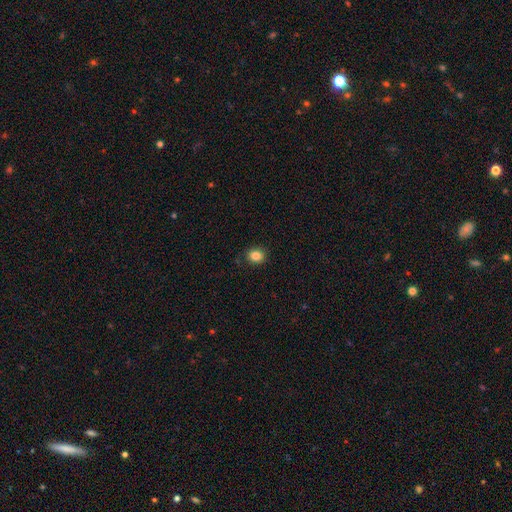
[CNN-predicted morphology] smooth-or-featured: smooth: 85% | star or artifact: 10% | featured or disk: 5%
  how-rounded: round: 64% | in between: 35% | cigar-shaped: 1%
  merging: none: 86% | minor disturbance: 10% | major disturbance: 3% | merger: 1%